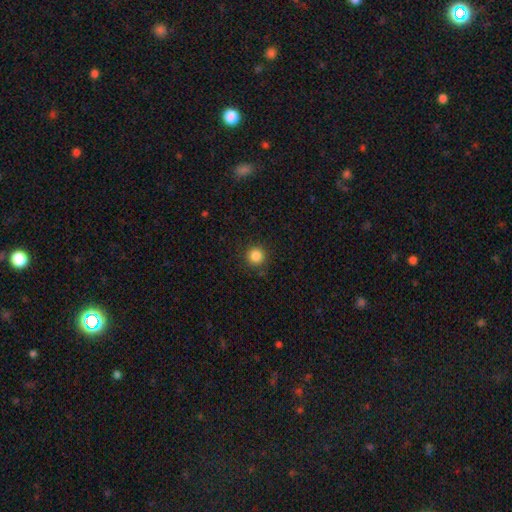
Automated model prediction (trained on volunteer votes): Overall: smooth (85%). How rounded: round (95%). Merging: none (89%).